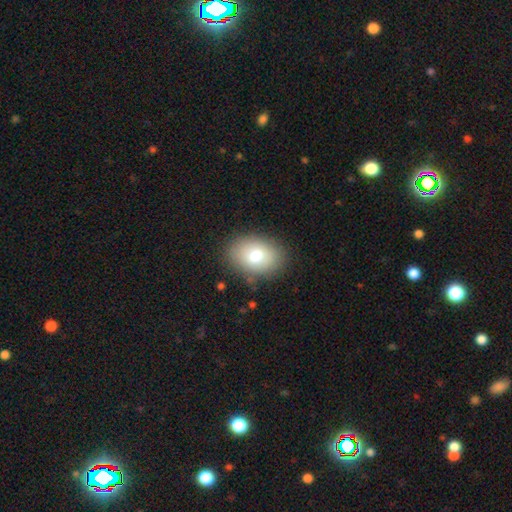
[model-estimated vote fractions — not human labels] Overall: smooth (77%). How rounded: in between (78%). Merging: none (85%).